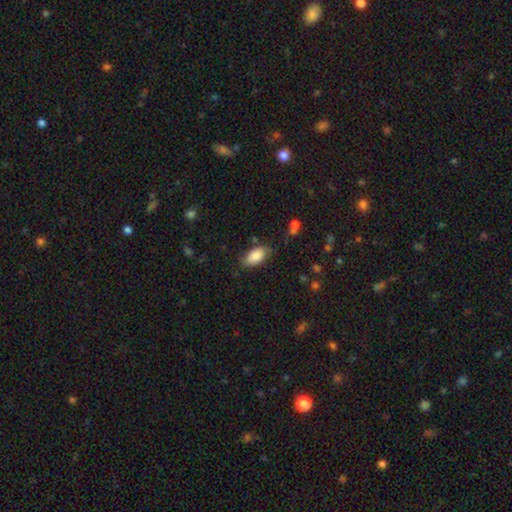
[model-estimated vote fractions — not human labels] The model was most divided on "merging": none: 77%, minor disturbance: 17%, major disturbance: 4%, merger: 2%. More confident: how rounded — in between (93%); smooth or featured — smooth (85%).